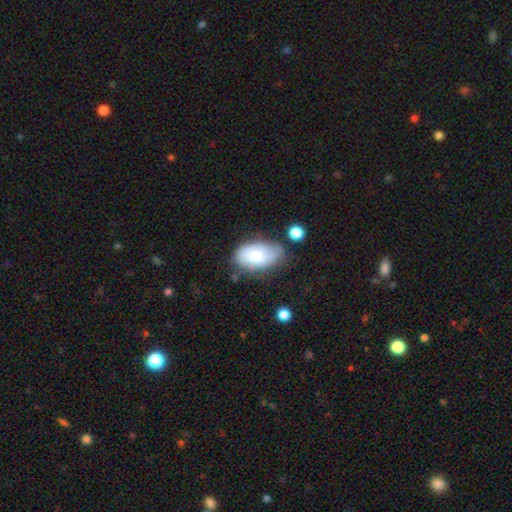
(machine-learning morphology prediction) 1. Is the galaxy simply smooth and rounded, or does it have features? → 59% smooth, 34% featured or disk, 7% star or artifact.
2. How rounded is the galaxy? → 91% in between, 7% round, 2% cigar-shaped.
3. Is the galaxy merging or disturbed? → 53% none, 31% minor disturbance, 10% major disturbance, 6% merger.